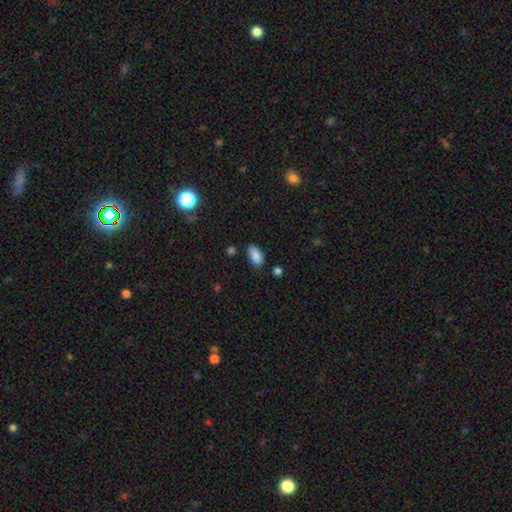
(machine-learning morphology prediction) This appears to be a smooth galaxy with no disk features (87%) that is in between round and cigar-shaped (92%). Merging: none (78%).